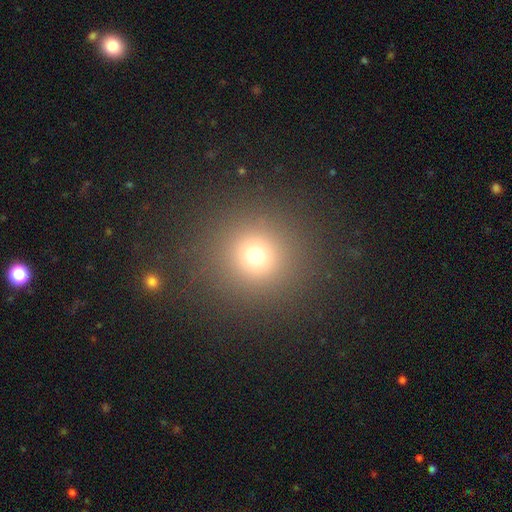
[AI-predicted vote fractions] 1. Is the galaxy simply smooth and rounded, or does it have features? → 69% smooth, 22% star or artifact, 8% featured or disk.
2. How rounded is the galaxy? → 93% round, 6% in between, 1% cigar-shaped.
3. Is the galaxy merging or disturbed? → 88% none, 6% minor disturbance, 4% major disturbance, 2% merger.